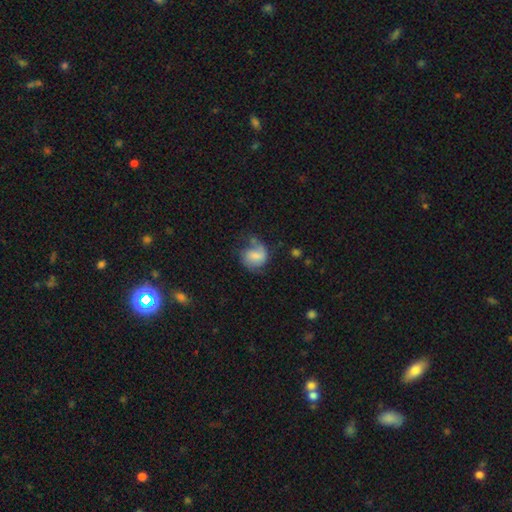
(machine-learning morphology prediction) A featured or disk galaxy (48%).

Vote fractions:
- Smooth or featured? featured or disk: 48% / smooth: 44% / star or artifact: 8%
- Merging? none: 45% / minor disturbance: 28% / major disturbance: 22% / merger: 6%